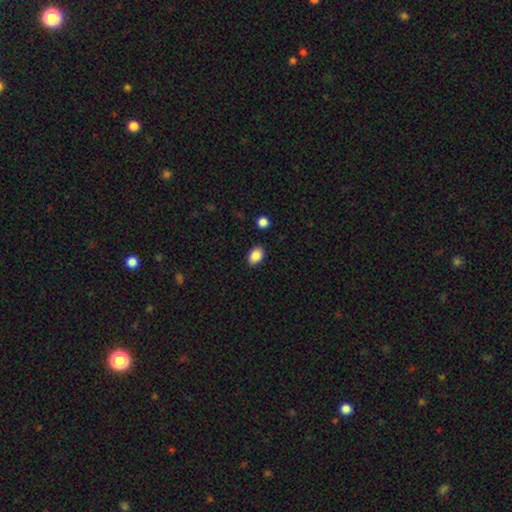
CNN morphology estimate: A smooth galaxy with no disk features (88%) that is in between round and cigar-shaped (81%).

Vote fractions:
- Smooth or featured? smooth: 88% / star or artifact: 8% / featured or disk: 4%
- How rounded? in between: 81% / round: 18% / cigar-shaped: 1%
- Merging? none: 86% / minor disturbance: 10% / major disturbance: 2% / merger: 2%